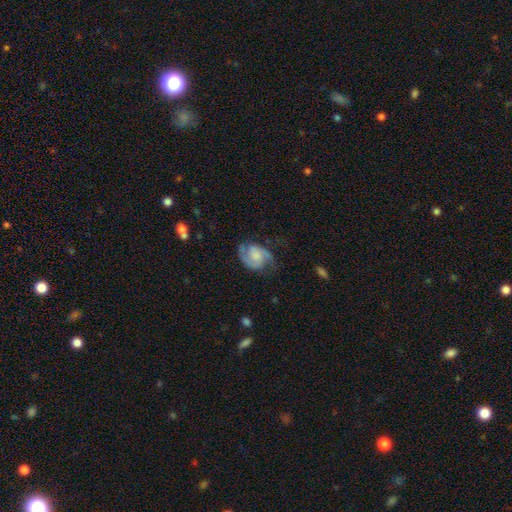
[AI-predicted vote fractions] Smooth or featured?
  - featured or disk: 81% *
  - smooth: 13%
  - star or artifact: 6%
Edge-on disk?
  - no: 98% *
  - yes: 2%
Bar?
  - no: 58% *
  - weak: 35%
  - strong: 7%
Spiral arms?
  - yes: 96% *
  - no: 4%
Spiral winding?
  - medium: 52% *
  - tight: 27%
  - loose: 21%
Spiral arm count?
  - 2: 90% *
  - can't tell: 4%
  - 1: 3%
  - 3: 2%
  - 4: 1%
  - more than 4: 1%
Bulge size?
  - none: 34% *
  - moderate: 26%
  - small: 25%
  - large: 13%
  - dominant: 2%
Merging?
  - none: 67% *
  - minor disturbance: 21%
  - major disturbance: 11%
  - merger: 2%